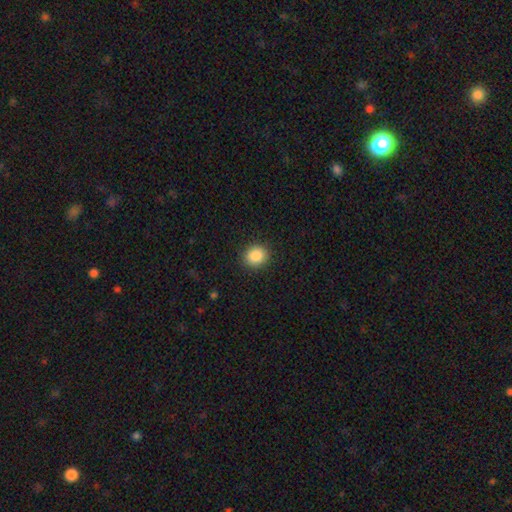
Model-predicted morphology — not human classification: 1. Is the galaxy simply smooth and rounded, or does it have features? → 87% smooth, 9% star or artifact, 4% featured or disk.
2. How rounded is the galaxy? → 80% round, 20% in between, 1% cigar-shaped.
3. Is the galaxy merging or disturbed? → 91% none, 6% minor disturbance, 2% major disturbance, 1% merger.